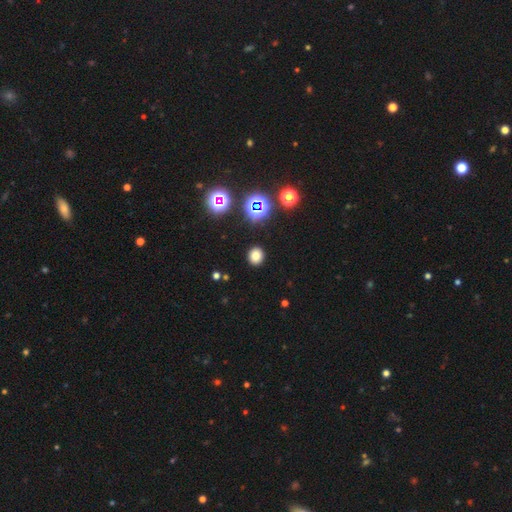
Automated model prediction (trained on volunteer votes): smooth-or-featured: smooth: 78% | star or artifact: 17% | featured or disk: 5%
  how-rounded: round: 75% | in between: 24% | cigar-shaped: 1%
  merging: none: 91% | minor disturbance: 6% | major disturbance: 2% | merger: 1%